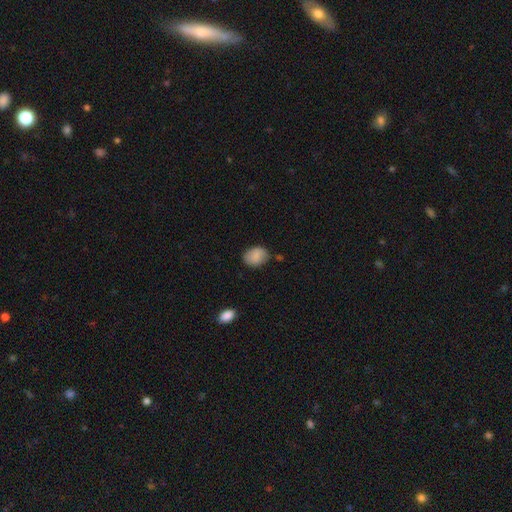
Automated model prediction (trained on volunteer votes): Smooth or featured? Predicted: smooth (p=0.86). How rounded? Predicted: in between (p=0.69). Merging? Predicted: none (p=0.76).